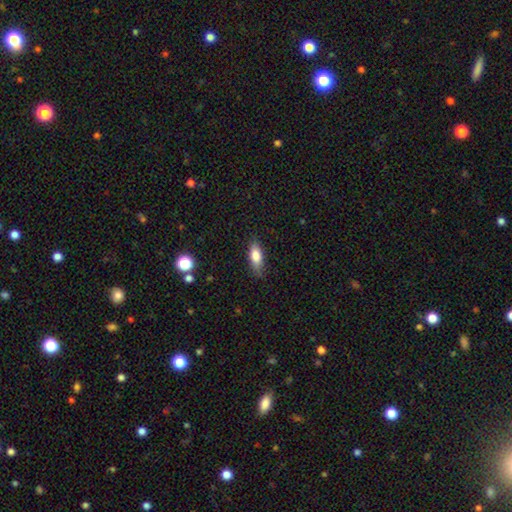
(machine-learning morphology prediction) A smooth galaxy with no disk features (79%) that is in between round and cigar-shaped (73%). Merging: none (80%).